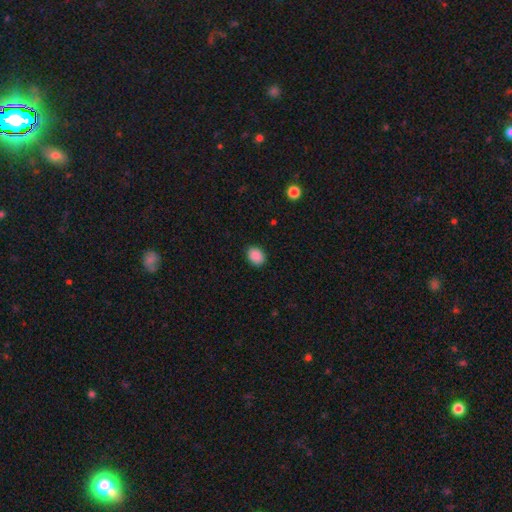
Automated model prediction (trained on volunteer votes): smooth 89%, star or artifact 8%, featured or disk 3%. Down the decision tree: how rounded — in between (66%); merging — none (89%).